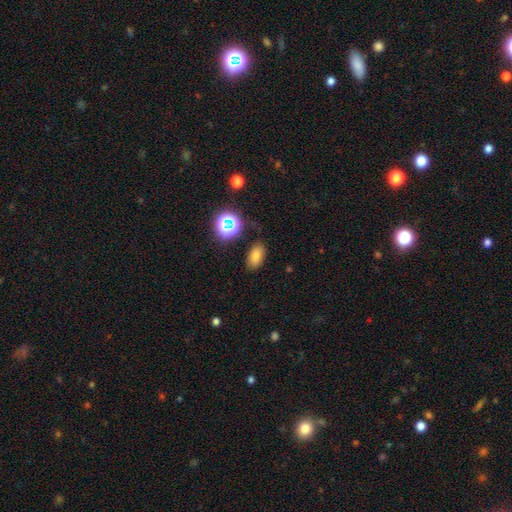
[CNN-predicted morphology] Smooth or featured? smooth (71%)
How rounded? in between (87%)
Merging? none (83%)